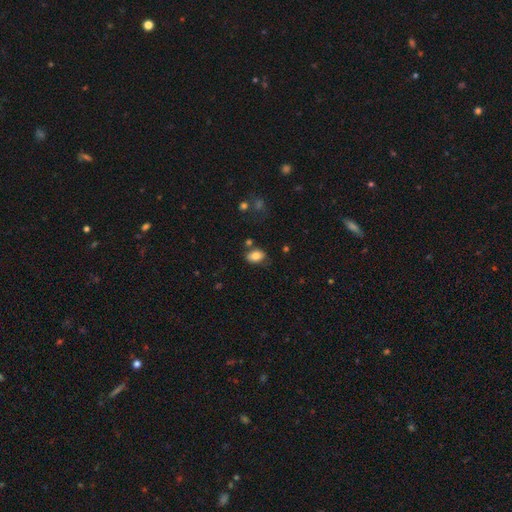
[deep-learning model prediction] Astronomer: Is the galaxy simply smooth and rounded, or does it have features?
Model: smooth — 81%.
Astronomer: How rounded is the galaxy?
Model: in between — 87%.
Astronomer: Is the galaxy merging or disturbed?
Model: none — 73%.